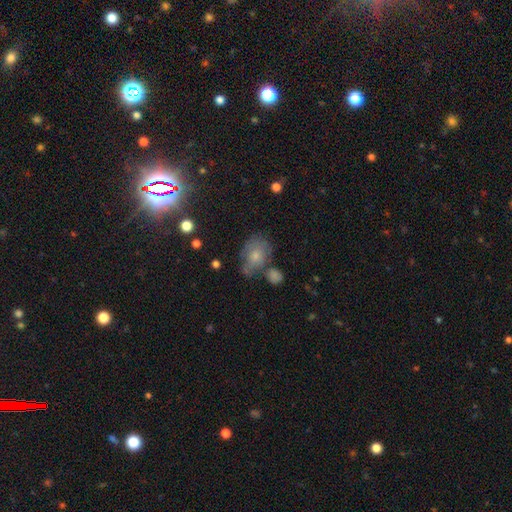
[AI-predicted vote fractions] This is likely a smooth galaxy (63%). How rounded: likely in between (69%). Merging: marginally none (44%).